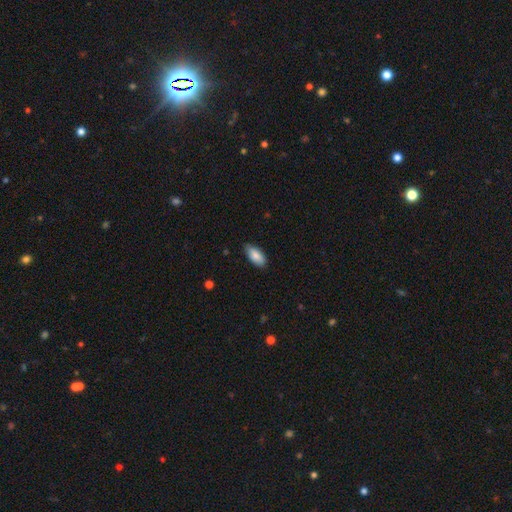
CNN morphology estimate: This is clearly a smooth galaxy (85%). How rounded: clearly in between (91%). Merging: clearly none (81%).